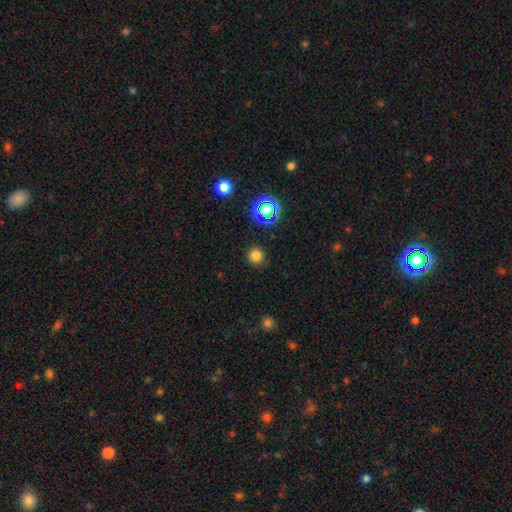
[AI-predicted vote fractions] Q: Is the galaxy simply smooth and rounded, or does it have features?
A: smooth — 78%.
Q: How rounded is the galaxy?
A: round — 95%.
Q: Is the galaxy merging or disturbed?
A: none — 89%.